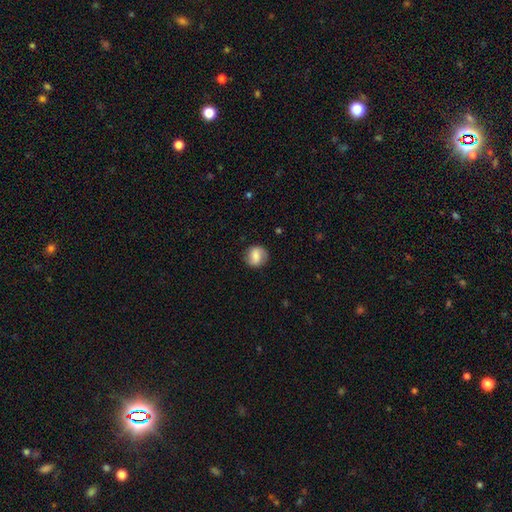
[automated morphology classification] This is likely a smooth galaxy (70%). How rounded: likely round (78%). Merging: clearly none (81%).